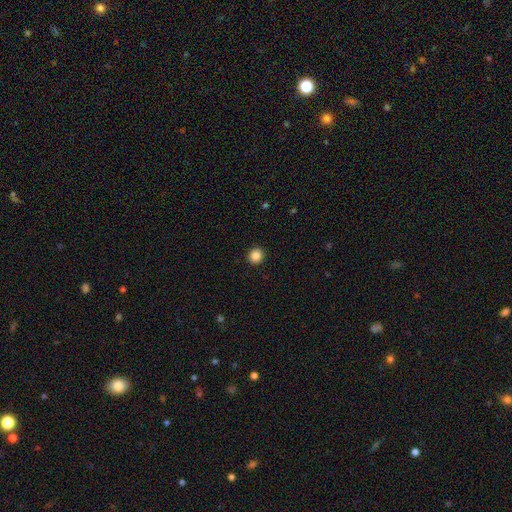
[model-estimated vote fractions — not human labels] Smooth or featured? Predicted: smooth (p=0.86). How rounded? Predicted: round (p=0.90). Merging? Predicted: none (p=0.93).